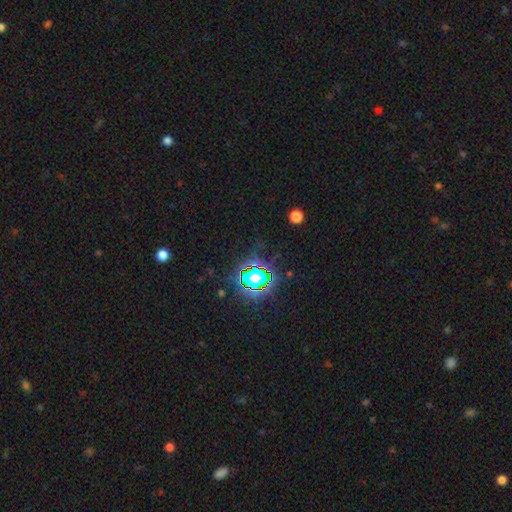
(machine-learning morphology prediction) star or artifact 81%, smooth 12%, featured or disk 7%.